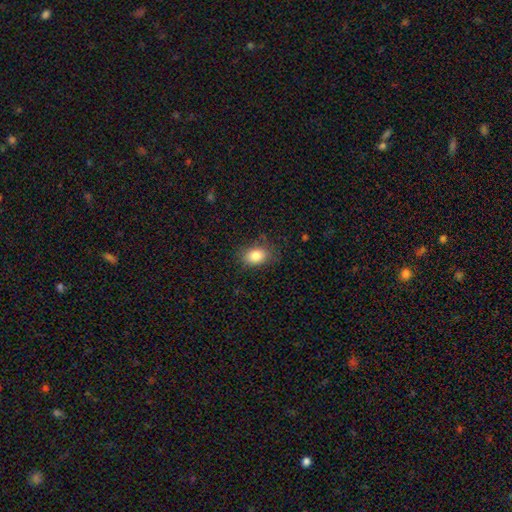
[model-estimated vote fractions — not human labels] A smooth galaxy with no disk features (84%) that is in between round and cigar-shaped (74%). Merging: none (79%).